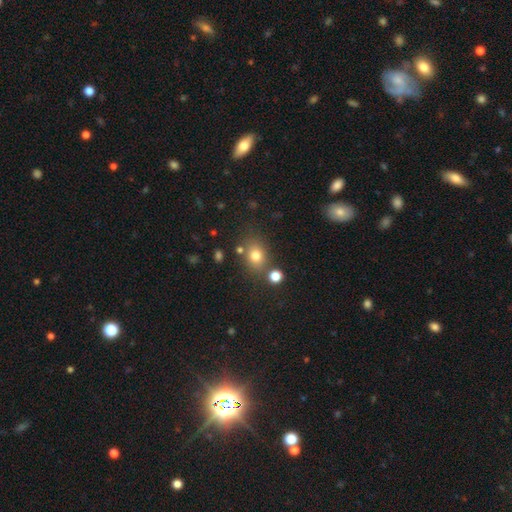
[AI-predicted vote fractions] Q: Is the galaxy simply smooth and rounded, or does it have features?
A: smooth — 77%.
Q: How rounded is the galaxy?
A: round — 49%, tied with in between.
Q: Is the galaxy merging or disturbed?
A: none — 73%.